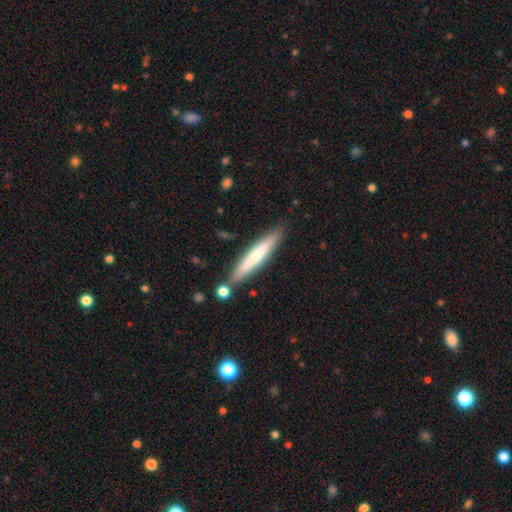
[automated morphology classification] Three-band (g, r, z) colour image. It shows a smooth galaxy with no disk features (56%) that is cigar-shaped (93%). Merging: none (85%).